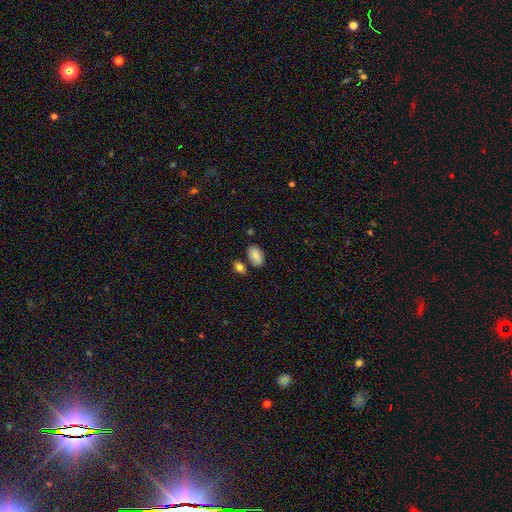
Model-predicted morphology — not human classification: smooth-or-featured: smooth: 83% | featured or disk: 9% | star or artifact: 7%
  how-rounded: in between: 92% | round: 6% | cigar-shaped: 1%
  merging: none: 73% | minor disturbance: 14% | merger: 10% | major disturbance: 3%